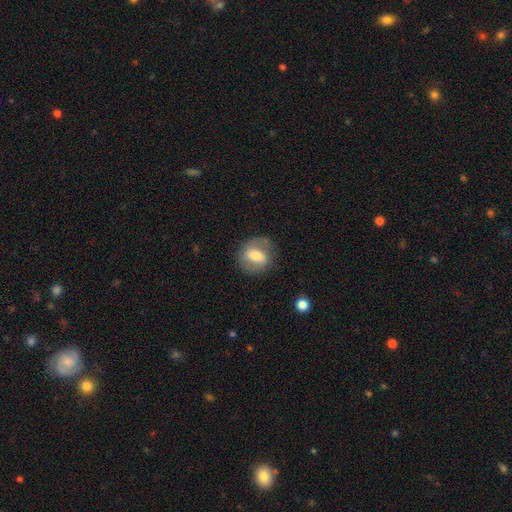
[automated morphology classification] smooth_or_featured: smooth (p=0.48) [alt: featured or disk p=0.45]
merging: none (p=0.72) [alt: minor disturbance p=0.18]